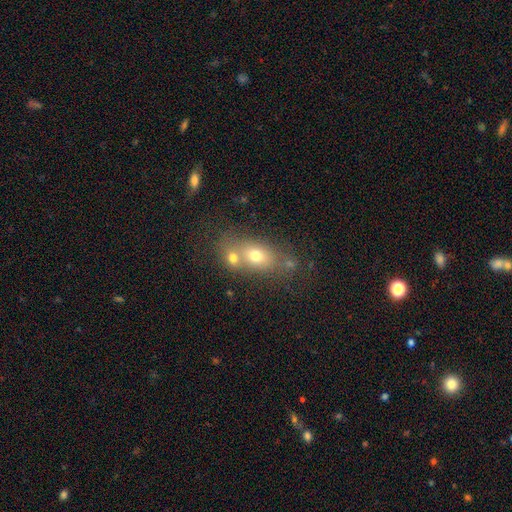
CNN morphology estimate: smooth 66%, featured or disk 21%, star or artifact 14%. Down the decision tree: how rounded — in between (68%); merging — none (42%, tied with merger).